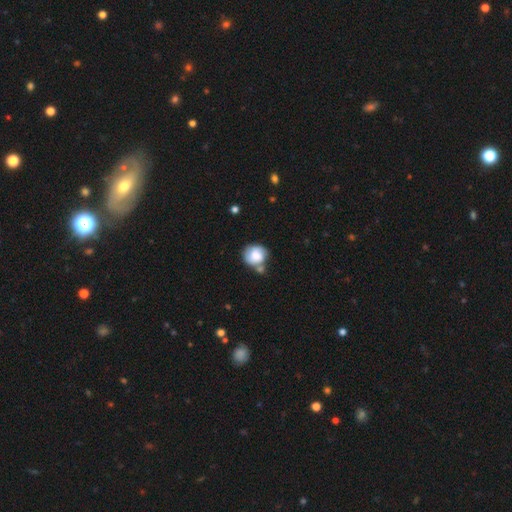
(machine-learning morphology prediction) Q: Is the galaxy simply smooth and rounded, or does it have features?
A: smooth — 62%.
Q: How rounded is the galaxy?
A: round — 79%.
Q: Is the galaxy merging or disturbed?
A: none — 47%.